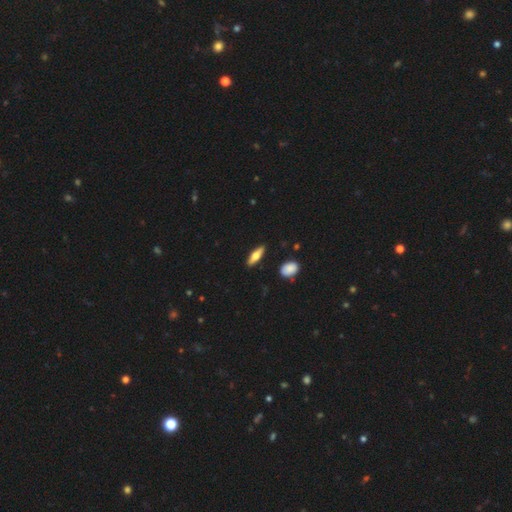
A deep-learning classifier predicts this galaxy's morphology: Smooth or featured? Predicted: smooth (p=0.55). How rounded? Predicted: cigar-shaped (p=0.51). Merging? Predicted: none (p=0.88).